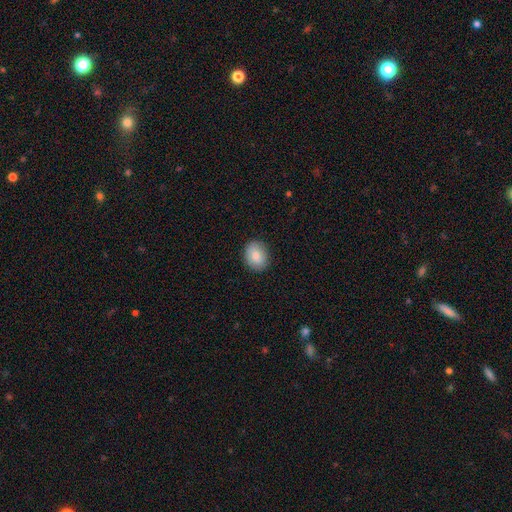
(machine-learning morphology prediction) A smooth galaxy with no disk features (82%) that is round (50%).

Vote fractions:
- Smooth or featured? smooth: 82% / featured or disk: 11% / star or artifact: 7%
- How rounded? round: 50% / in between: 49% / cigar-shaped: 1%
- Merging? none: 88% / minor disturbance: 9% / major disturbance: 2% / merger: 1%